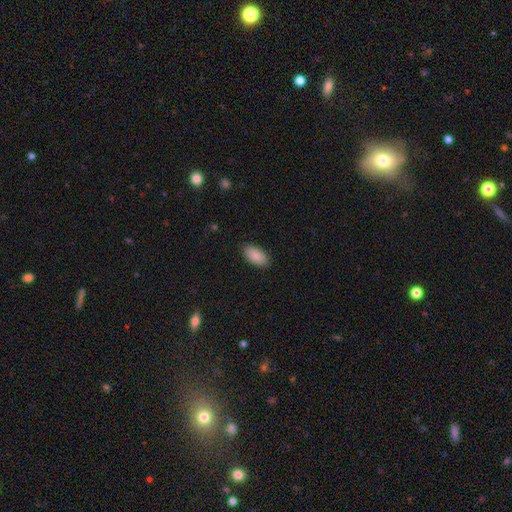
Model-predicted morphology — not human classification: smooth-or-featured: smooth: 88% | star or artifact: 6% | featured or disk: 5%
  how-rounded: in between: 94% | cigar-shaped: 3% | round: 3%
  merging: none: 88% | minor disturbance: 9% | major disturbance: 2% | merger: 1%